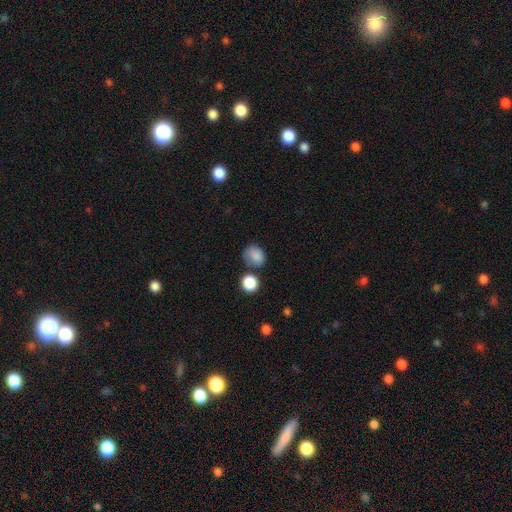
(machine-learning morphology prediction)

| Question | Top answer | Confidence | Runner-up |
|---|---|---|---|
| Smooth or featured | smooth | 83% | star or artifact (10%) |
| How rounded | round | 57% | in between (42%) |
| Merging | none | 54% | minor disturbance (24%) |